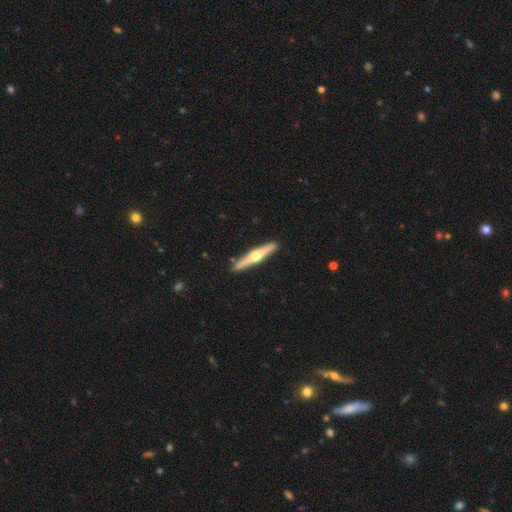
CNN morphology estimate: Q: Smooth or featured?
A: featured or disk (66%); runner-up: smooth (29%)
Q: Edge-on disk?
A: yes (97%); runner-up: no (3%)
Q: Edge-on bulge?
A: rounded (94%); runner-up: none (3%)
Q: Merging?
A: none (91%); runner-up: minor disturbance (7%)